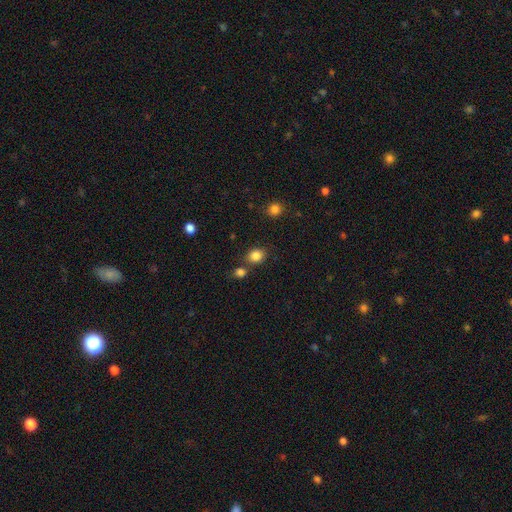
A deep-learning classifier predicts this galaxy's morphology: type=smooth (84%); roundness=round (61%); merging=none (70%).